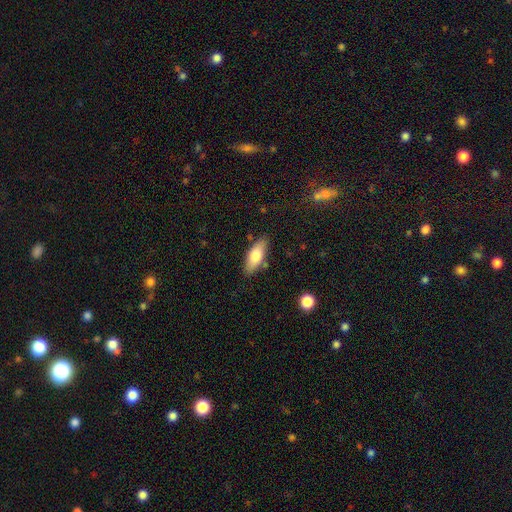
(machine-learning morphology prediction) Q: Smooth or featured?
A: smooth (73%); runner-up: featured or disk (20%)
Q: How rounded?
A: in between (73%); runner-up: cigar-shaped (24%)
Q: Merging?
A: none (82%); runner-up: minor disturbance (12%)